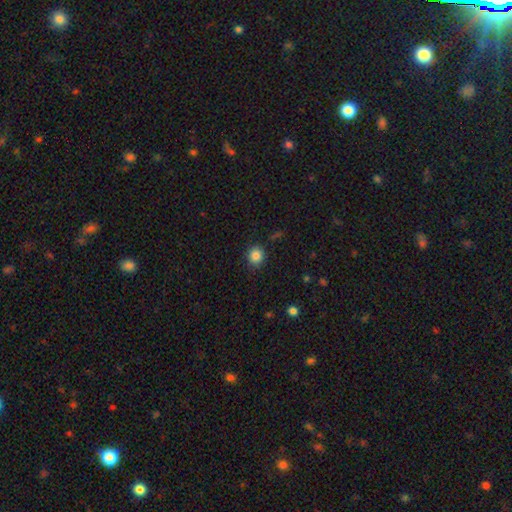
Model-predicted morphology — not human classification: This is clearly a smooth galaxy (84%). How rounded: clearly round (87%). Merging: clearly none (89%).